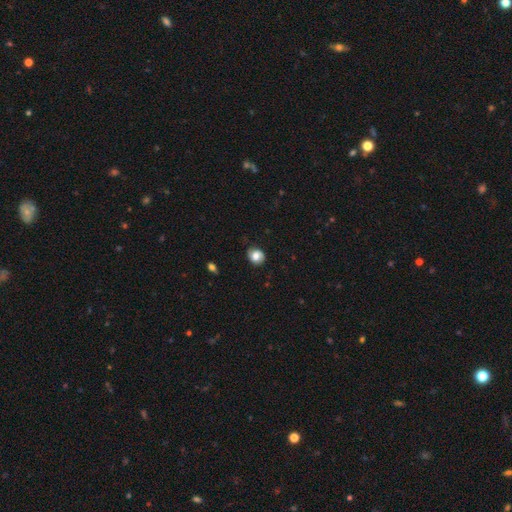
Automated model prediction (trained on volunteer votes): The model was most divided on "how rounded": round: 72%, in between: 27%, cigar-shaped: 1%. More confident: merging — none (77%); smooth or featured — smooth (72%).